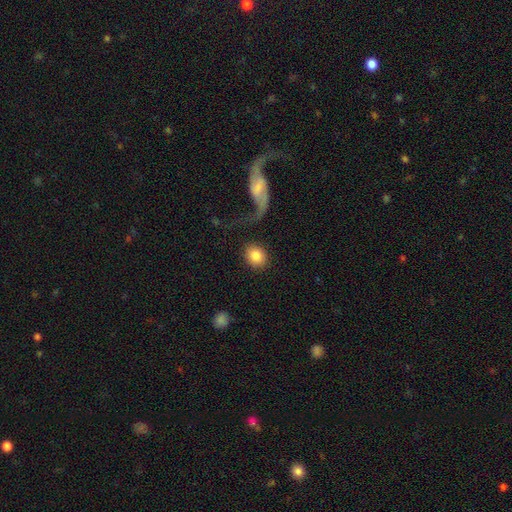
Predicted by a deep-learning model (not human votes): Smooth or featured? smooth (83%)
How rounded? round (70%)
Merging? none (77%)